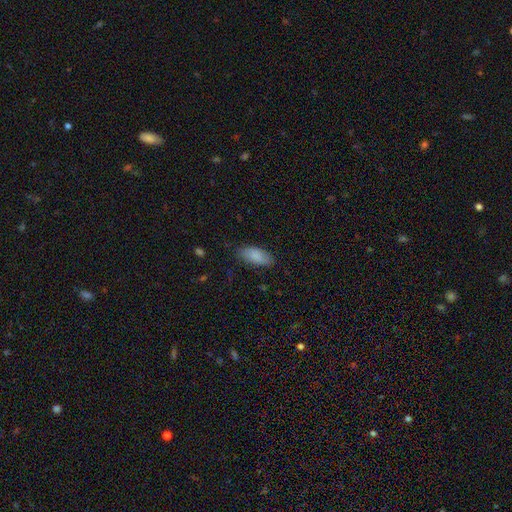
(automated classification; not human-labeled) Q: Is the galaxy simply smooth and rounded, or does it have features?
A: smooth — 87%.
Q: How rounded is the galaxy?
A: in between — 90%.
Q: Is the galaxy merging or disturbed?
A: none — 81%.